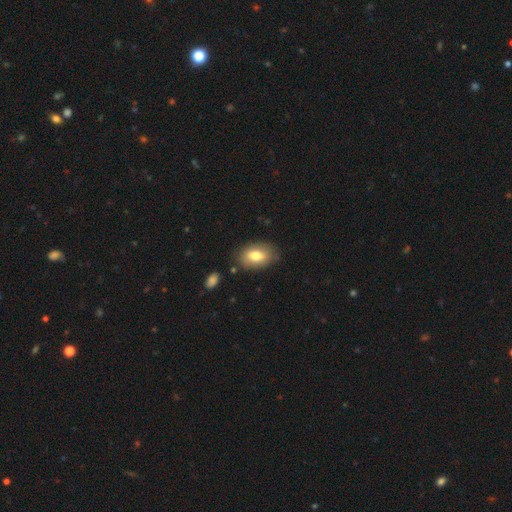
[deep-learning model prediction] The model was most divided on "smooth or featured": smooth: 74%, featured or disk: 18%, star or artifact: 7%. More confident: how rounded — in between (88%); merging — none (80%).